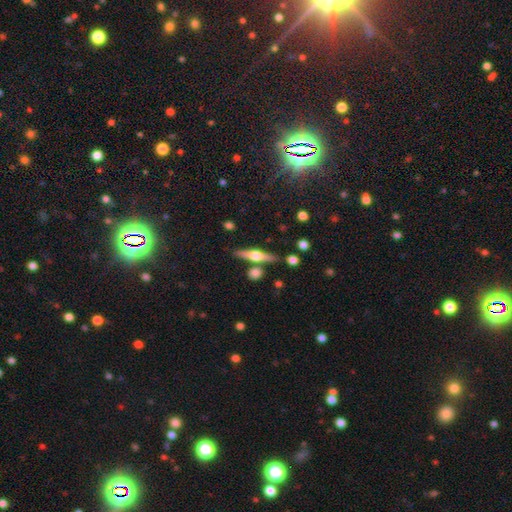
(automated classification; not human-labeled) A featured or disk galaxy (66%) viewed edge-on (96%) with a rounded central bulge (92%).

Vote fractions:
- Smooth or featured? featured or disk: 66% / smooth: 28% / star or artifact: 7%
- Edge-on disk? yes: 96% / no: 4%
- Edge-on bulge? rounded: 92% / boxy: 5% / none: 3%
- Merging? none: 79% / minor disturbance: 9% / merger: 9% / major disturbance: 2%